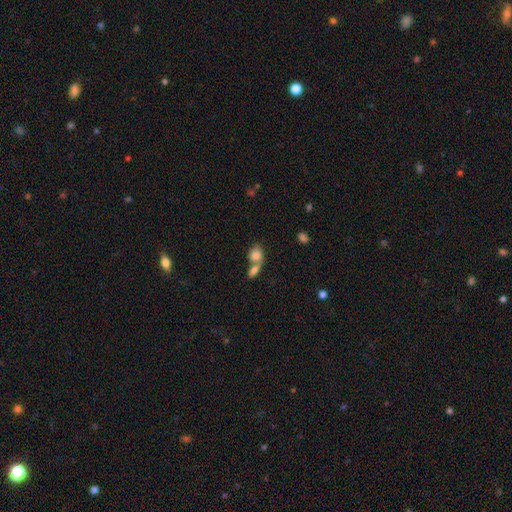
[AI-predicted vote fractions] Smooth or featured? smooth (81%)
How rounded? in between (66%)
Merging? merger (66%)